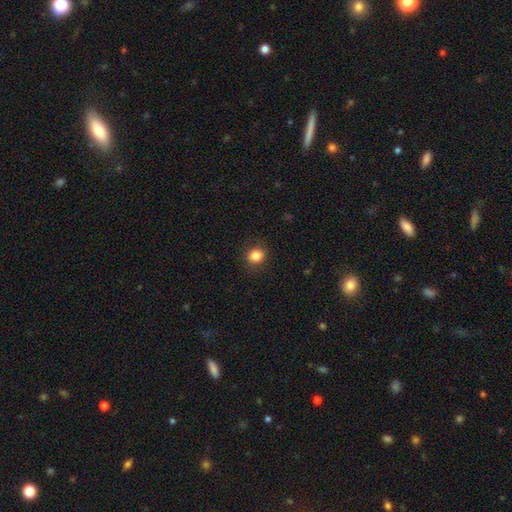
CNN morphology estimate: smooth_or_featured: smooth (p=0.85) [alt: star or artifact p=0.10]
how_rounded: round (p=0.75) [alt: in between p=0.24]
merging: none (p=0.88) [alt: minor disturbance p=0.09]